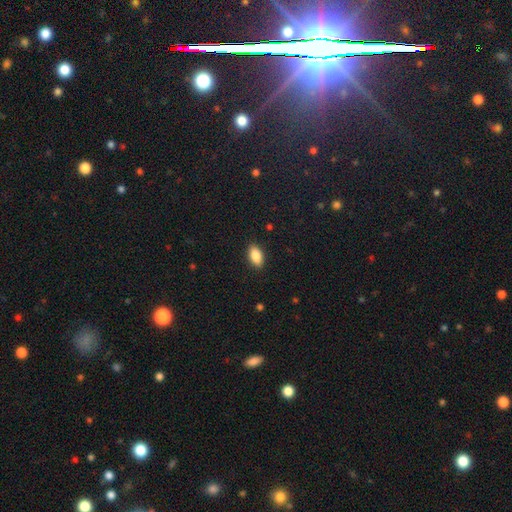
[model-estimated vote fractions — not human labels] smooth-or-featured: smooth: 87% | star or artifact: 7% | featured or disk: 6%
  how-rounded: in between: 92% | round: 4% | cigar-shaped: 4%
  merging: none: 89% | minor disturbance: 8% | major disturbance: 2% | merger: 1%